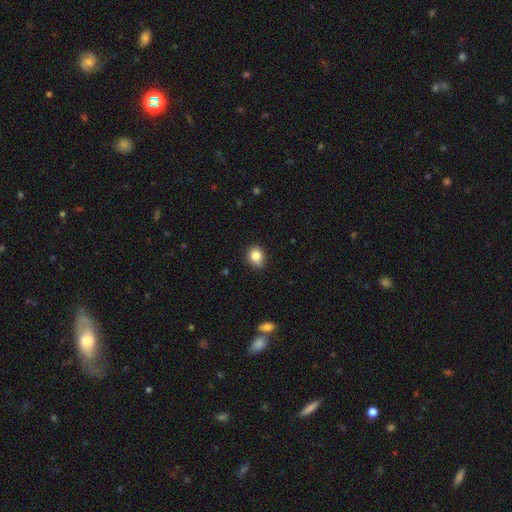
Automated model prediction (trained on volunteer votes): This appears to be a smooth galaxy with no disk features (83%) that is round (62%). Merging: none (74%).